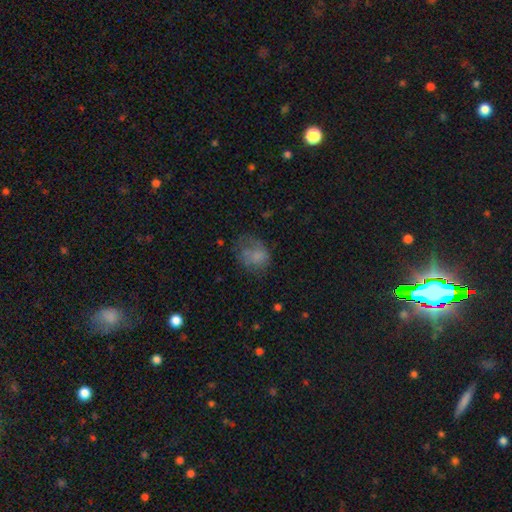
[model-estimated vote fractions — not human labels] Morphology: type=smooth (66%); roundness=round (52%); merging=none (40%).